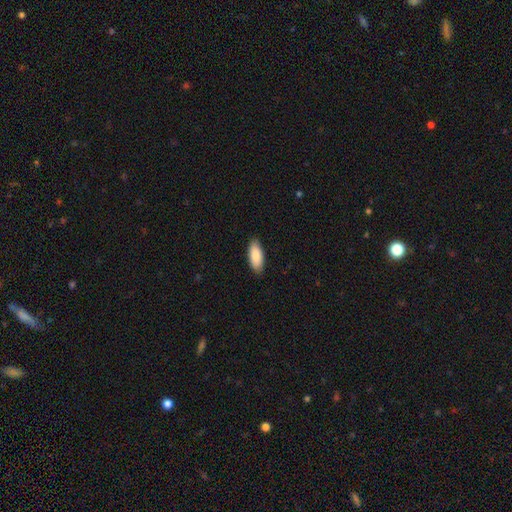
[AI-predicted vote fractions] This is clearly a smooth galaxy (89%). How rounded: clearly in between (84%). Merging: clearly none (88%).